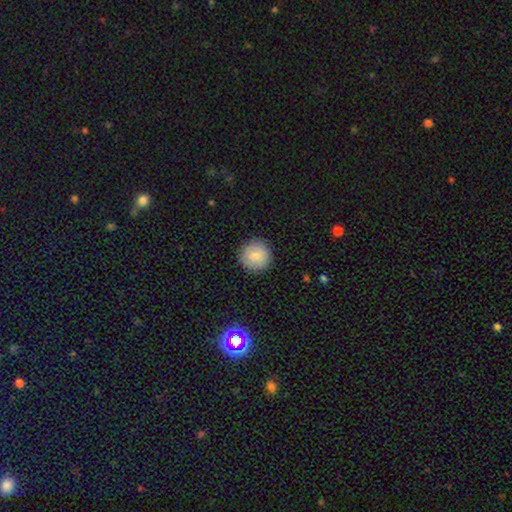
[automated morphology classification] smooth 85%, star or artifact 8%, featured or disk 7%. Down the decision tree: how rounded — round (95%); merging — none (90%).